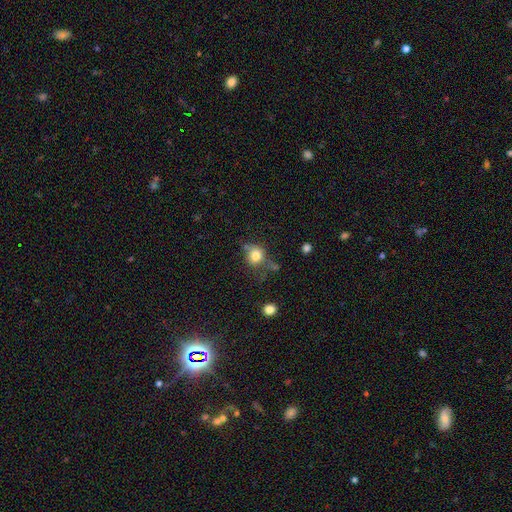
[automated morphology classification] Smooth or featured? Predicted: smooth (p=0.77). How rounded? Predicted: round (p=0.77). Merging? Predicted: none (p=0.58).